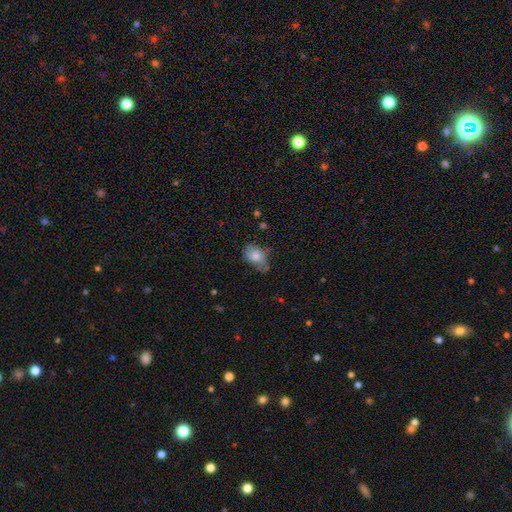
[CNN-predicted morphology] Smooth or featured?
  - smooth: 74% *
  - featured or disk: 17%
  - star or artifact: 9%
How rounded?
  - in between: 81% *
  - round: 18%
  - cigar-shaped: 2%
Merging?
  - none: 48% *
  - minor disturbance: 37%
  - major disturbance: 11%
  - merger: 4%